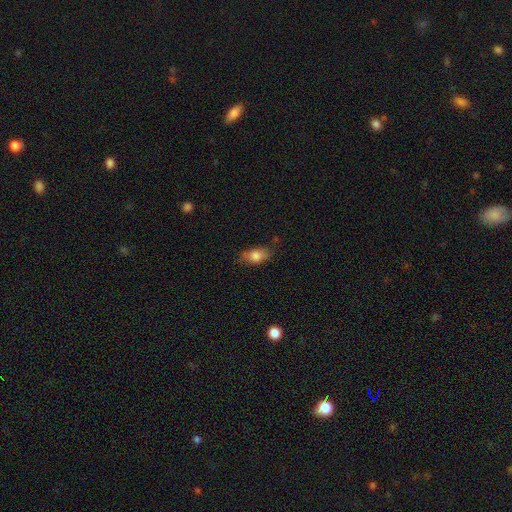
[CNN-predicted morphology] A smooth galaxy with no disk features (77%) that is in between round and cigar-shaped (84%). Merging: none (70%).